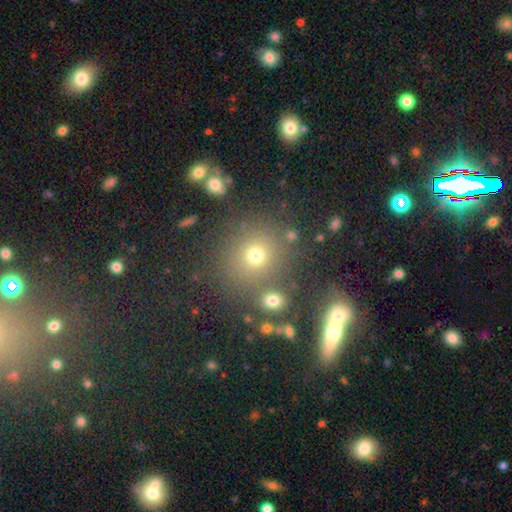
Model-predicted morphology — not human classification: Smooth or featured?
  - smooth: 70% *
  - star or artifact: 20%
  - featured or disk: 10%
How rounded?
  - round: 84% *
  - in between: 15%
  - cigar-shaped: 1%
Merging?
  - none: 74% *
  - merger: 11%
  - minor disturbance: 10%
  - major disturbance: 5%